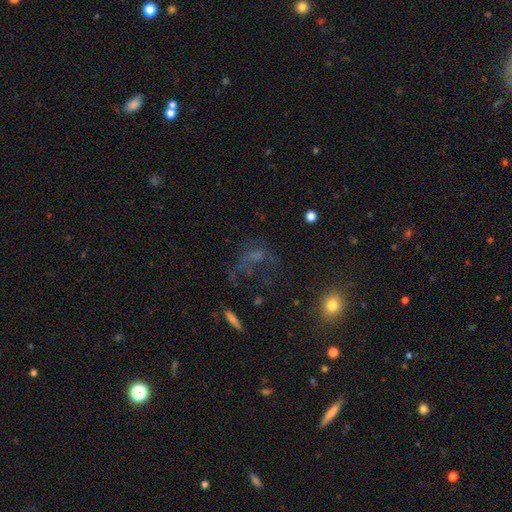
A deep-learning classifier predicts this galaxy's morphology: smooth-or-featured: featured or disk: 36% | smooth: 34% | star or artifact: 30%
  merging: major disturbance: 40% | none: 38% | minor disturbance: 15% | merger: 7%